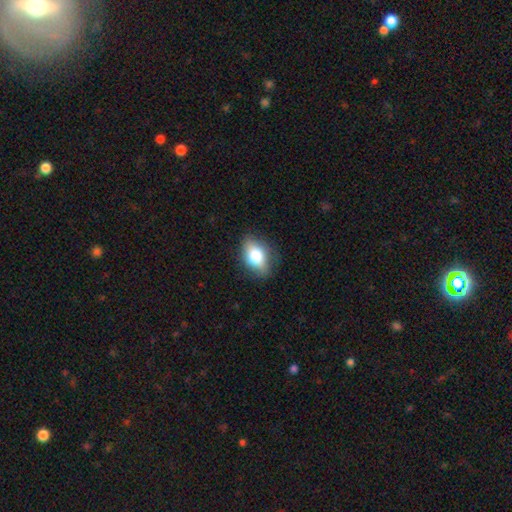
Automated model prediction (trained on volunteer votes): Overall: smooth (75%). How rounded: in between (80%). Merging: none (78%).